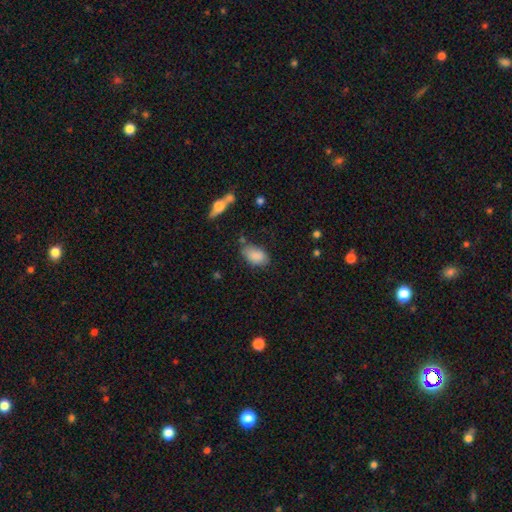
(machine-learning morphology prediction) Smooth or featured: smooth — 86% (star or artifact — 8%)
How rounded: in between — 91% (round — 7%)
Merging: none — 63% (minor disturbance — 25%)